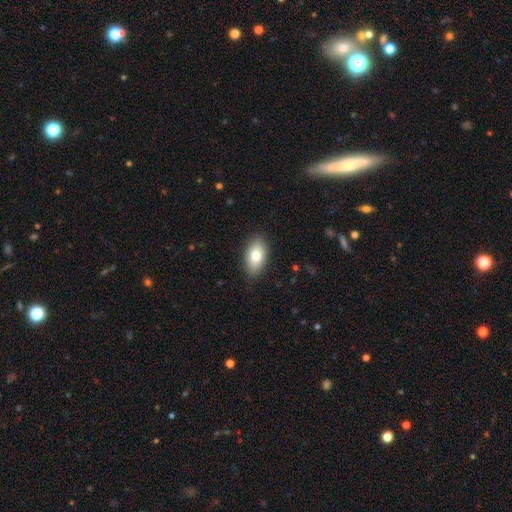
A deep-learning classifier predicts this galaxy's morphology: Smooth or featured: smooth — 78% (featured or disk — 15%)
How rounded: in between — 93% (round — 5%)
Merging: none — 87% (minor disturbance — 10%)